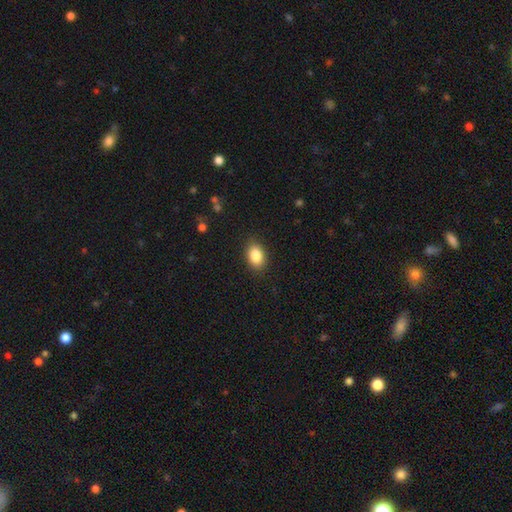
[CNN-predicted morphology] The model was most divided on "how rounded": in between: 83%, round: 16%, cigar-shaped: 1%. More confident: merging — none (87%); smooth or featured — smooth (87%).